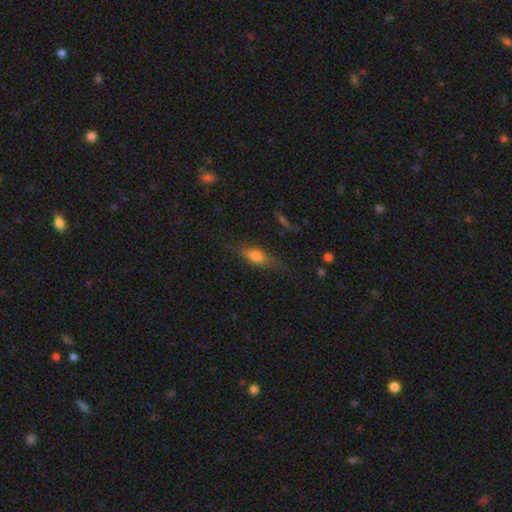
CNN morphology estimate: Smooth or featured?
  - smooth: 64% *
  - featured or disk: 26%
  - star or artifact: 10%
How rounded?
  - in between: 65% *
  - cigar-shaped: 30%
  - round: 6%
Merging?
  - none: 71% *
  - minor disturbance: 20%
  - major disturbance: 7%
  - merger: 2%